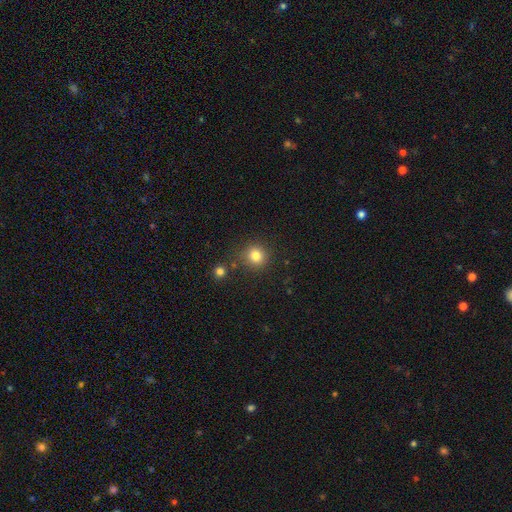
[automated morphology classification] A smooth galaxy with no disk features (82%) that is round (89%).

Vote fractions:
- Smooth or featured? smooth: 82% / star or artifact: 13% / featured or disk: 6%
- How rounded? round: 89% / in between: 10% / cigar-shaped: 1%
- Merging? none: 82% / minor disturbance: 9% / merger: 5% / major disturbance: 3%